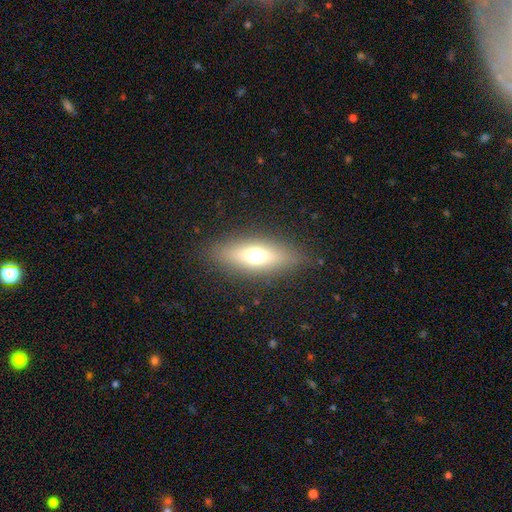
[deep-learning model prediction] Morphology: type=smooth (56%); roundness=in between (61%); merging=none (86%).